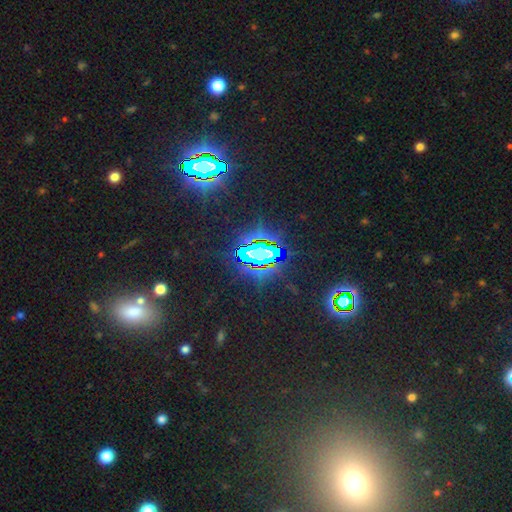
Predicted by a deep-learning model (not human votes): Morphology: type=star or artifact (78%).